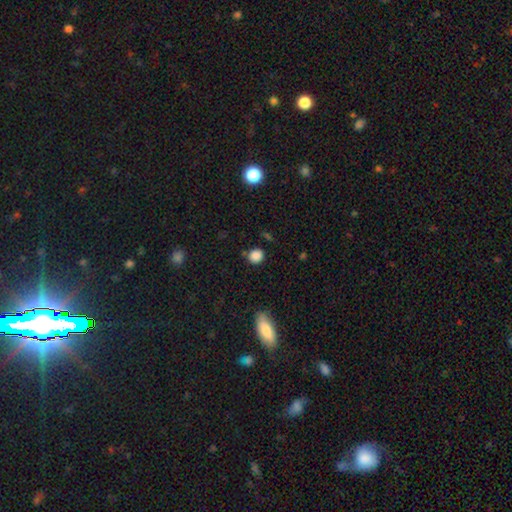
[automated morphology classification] smooth_or_featured: smooth (p=0.85) [alt: star or artifact p=0.12]
how_rounded: round (p=0.87) [alt: in between p=0.12]
merging: none (p=0.82) [alt: minor disturbance p=0.11]